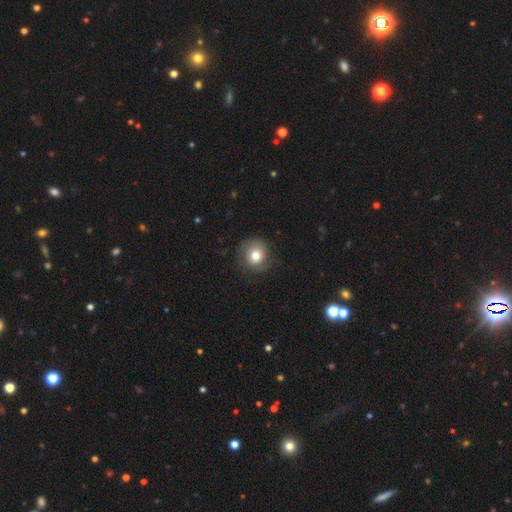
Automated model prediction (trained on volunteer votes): Smooth or featured? Predicted: smooth (p=0.78). How rounded? Predicted: round (p=0.87). Merging? Predicted: none (p=0.76).